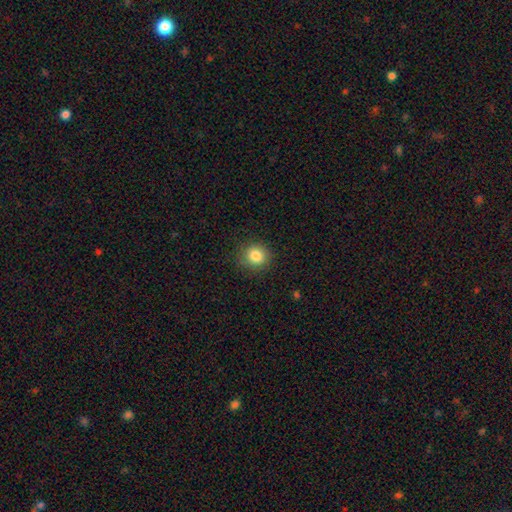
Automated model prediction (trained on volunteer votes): Overall: smooth (85%). How rounded: round (88%). Merging: none (88%).